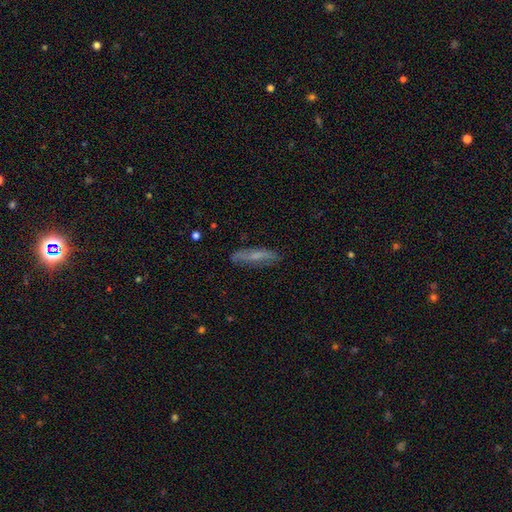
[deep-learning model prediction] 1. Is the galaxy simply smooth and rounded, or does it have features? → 49% smooth, 42% featured or disk, 9% star or artifact.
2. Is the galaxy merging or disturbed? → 79% none, 15% minor disturbance, 4% major disturbance, 2% merger.